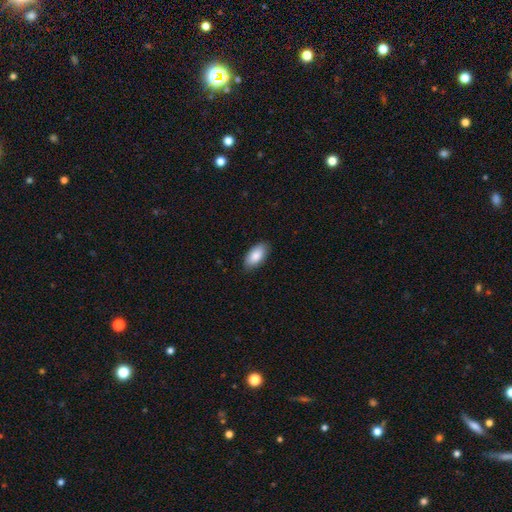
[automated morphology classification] The model was most divided on "merging": none: 86%, minor disturbance: 11%, major disturbance: 2%, merger: 1%. More confident: how rounded — in between (94%); smooth or featured — smooth (87%).